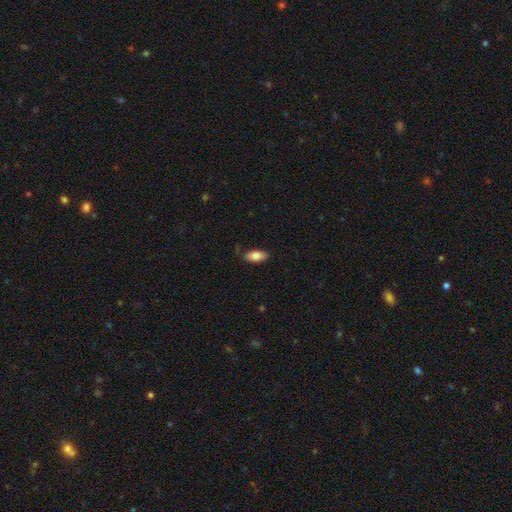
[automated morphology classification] Smooth or featured? Predicted: smooth (p=0.82). How rounded? Predicted: in between (p=0.90). Merging? Predicted: none (p=0.81).